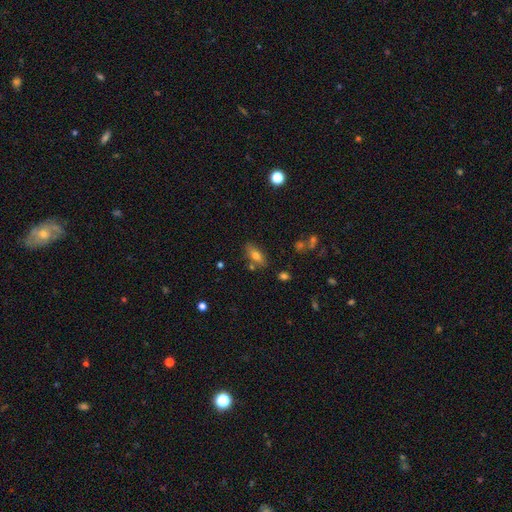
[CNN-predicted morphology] smooth-or-featured: smooth: 75% | featured or disk: 16% | star or artifact: 9%
  how-rounded: in between: 82% | cigar-shaped: 14% | round: 4%
  merging: none: 75% | minor disturbance: 14% | merger: 8% | major disturbance: 4%